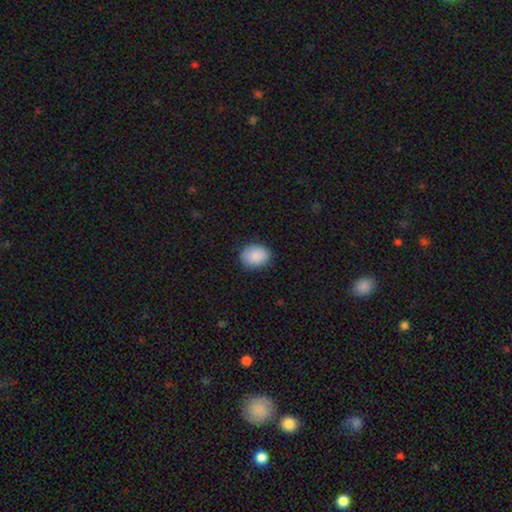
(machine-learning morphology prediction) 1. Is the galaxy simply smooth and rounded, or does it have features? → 89% smooth, 7% star or artifact, 4% featured or disk.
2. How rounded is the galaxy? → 59% in between, 40% round, 1% cigar-shaped.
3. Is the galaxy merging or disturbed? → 85% none, 12% minor disturbance, 3% major disturbance, 1% merger.